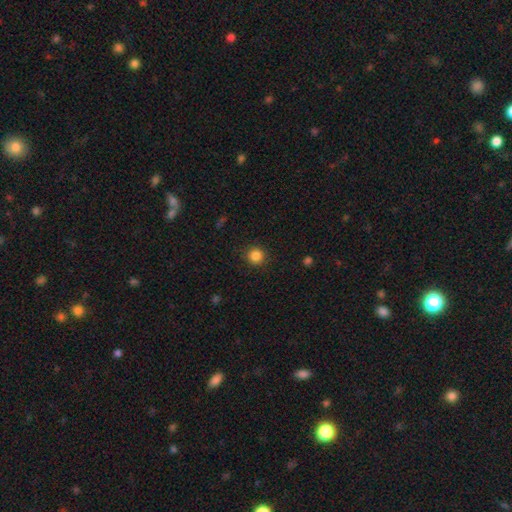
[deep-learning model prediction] Morphology: type=smooth (85%); roundness=round (93%); merging=none (90%).